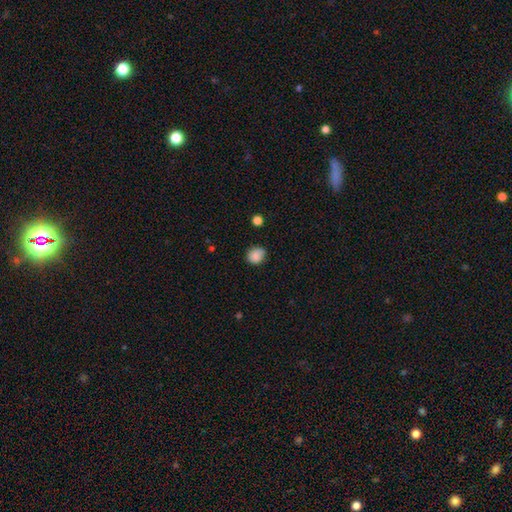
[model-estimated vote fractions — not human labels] Overall: smooth (85%). How rounded: round (77%). Merging: none (75%).